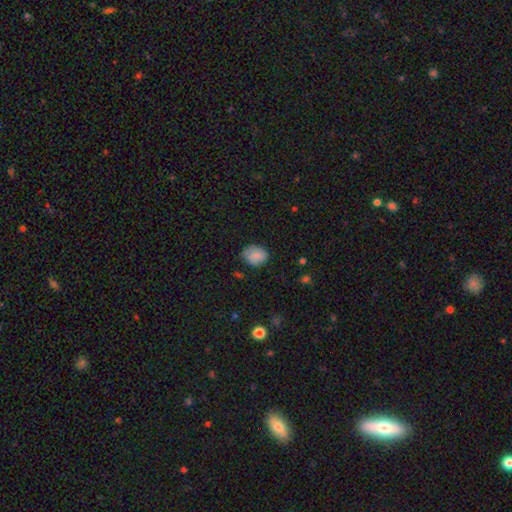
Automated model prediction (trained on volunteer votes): This appears to be a smooth galaxy with no disk features (81%) that is round (51%). Merging: none (64%).